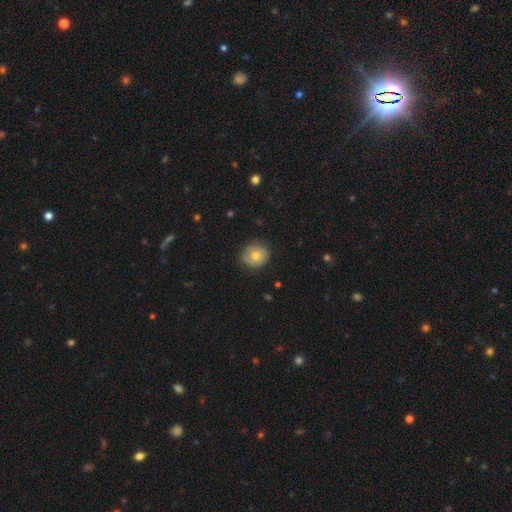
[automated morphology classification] A smooth galaxy with no disk features (68%) that is round (81%).

Vote fractions:
- Smooth or featured? smooth: 68% / featured or disk: 24% / star or artifact: 8%
- How rounded? round: 81% / in between: 18% / cigar-shaped: 1%
- Merging? none: 83% / minor disturbance: 13% / major disturbance: 3% / merger: 1%